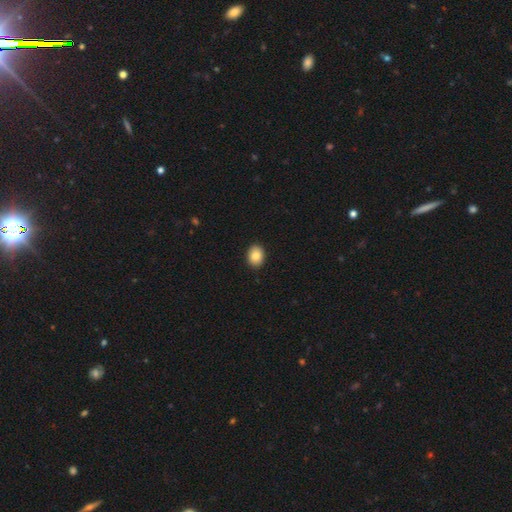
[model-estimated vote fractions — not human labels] A smooth galaxy with no disk features (87%) that is in between round and cigar-shaped (61%). Merging: none (91%).